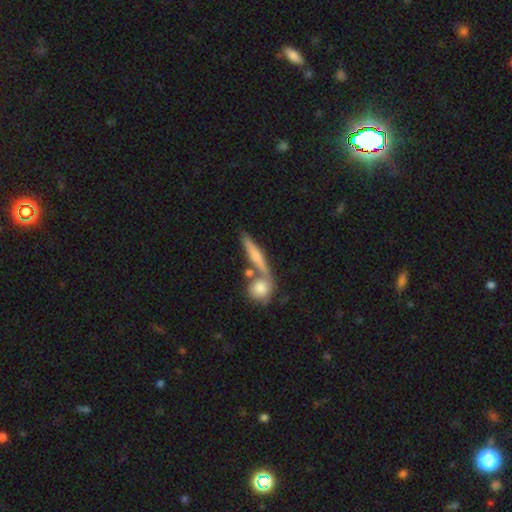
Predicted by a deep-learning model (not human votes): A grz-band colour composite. It shows a smooth galaxy with no disk features (54%) that is cigar-shaped (75%). Merging: none (59%).